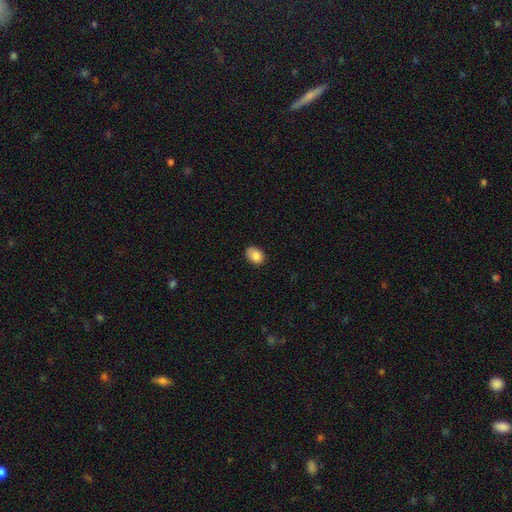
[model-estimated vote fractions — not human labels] Q: Smooth or featured?
A: smooth (84%); runner-up: star or artifact (8%)
Q: How rounded?
A: in between (71%); runner-up: round (28%)
Q: Merging?
A: none (77%); runner-up: minor disturbance (19%)